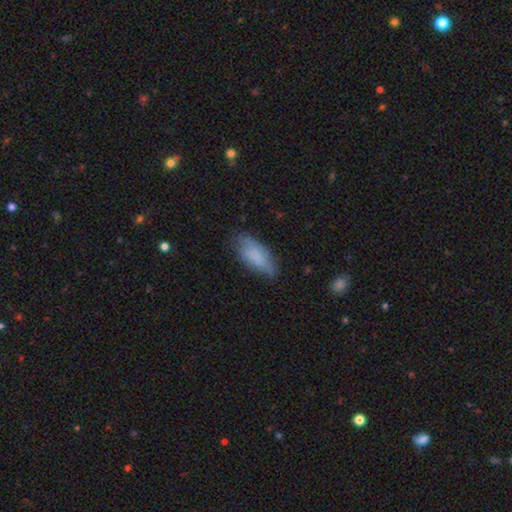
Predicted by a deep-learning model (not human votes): Overall: smooth (75%). How rounded: in between (80%). Merging: none (64%; minor disturbance 28%).